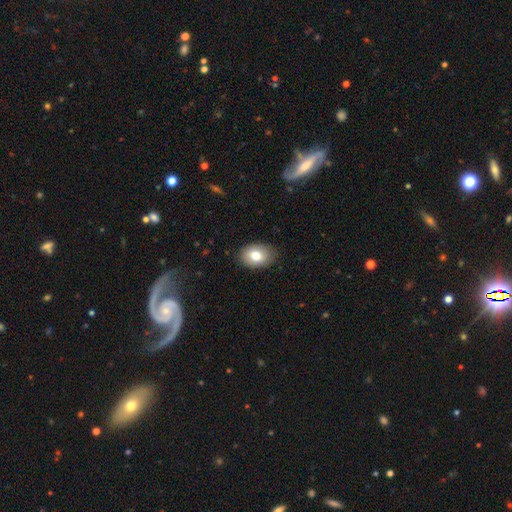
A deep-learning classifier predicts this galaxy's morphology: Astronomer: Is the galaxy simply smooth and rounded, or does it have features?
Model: smooth — 78%.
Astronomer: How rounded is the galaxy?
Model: in between — 79%.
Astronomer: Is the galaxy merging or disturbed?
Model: none — 86%.